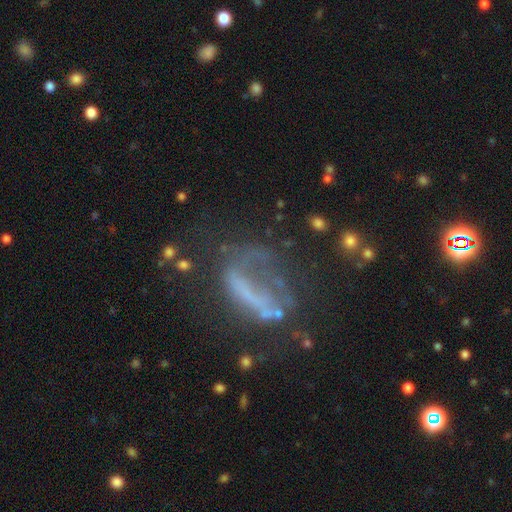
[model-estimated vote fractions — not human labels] Smooth or featured?
  - featured or disk: 56% *
  - smooth: 24%
  - star or artifact: 19%
Edge-on disk?
  - no: 91% *
  - yes: 9%
Bar?
  - no: 56% *
  - strong: 25%
  - weak: 19%
Spiral arms?
  - no: 75% *
  - yes: 25%
Bulge size?
  - none: 69% *
  - small: 16%
  - moderate: 10%
  - large: 3%
  - dominant: 2%
Merging?
  - major disturbance: 40% *
  - none: 33%
  - minor disturbance: 18%
  - merger: 8%